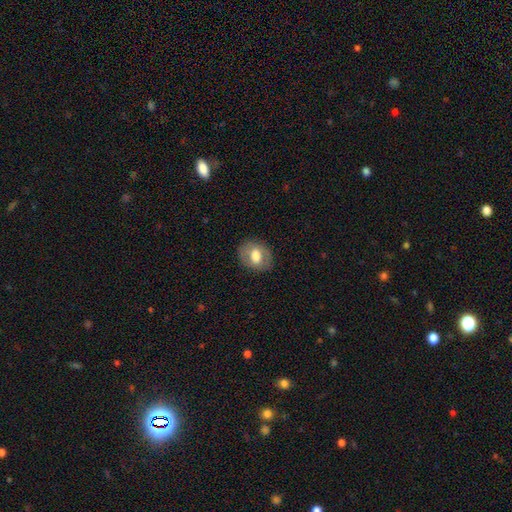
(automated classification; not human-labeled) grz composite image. It shows a smooth galaxy with no disk features (60%) that is in between round and cigar-shaped (58%). Merging: none (81%).